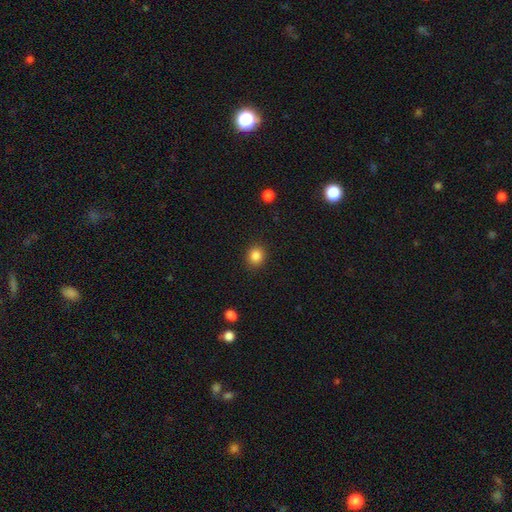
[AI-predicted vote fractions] Q: Smooth or featured?
A: smooth (86%); runner-up: star or artifact (11%)
Q: How rounded?
A: round (82%); runner-up: in between (17%)
Q: Merging?
A: none (90%); runner-up: minor disturbance (7%)